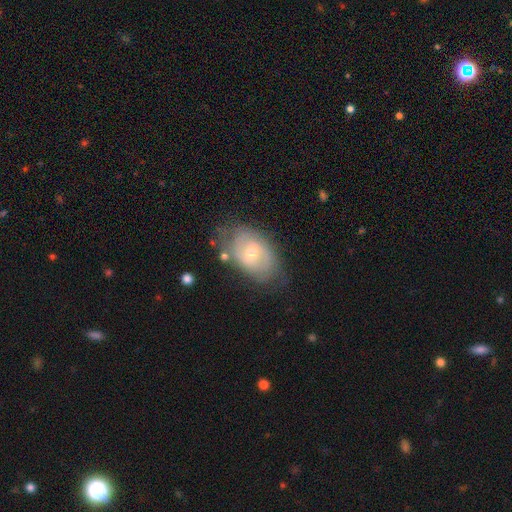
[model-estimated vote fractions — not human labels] A featured or disk galaxy (65%) with no bar (63%), 2 (51%) tight (51%) spiral arms (80%) and a small central bulge (52%).

Vote fractions:
- Smooth or featured? featured or disk: 65% / smooth: 28% / star or artifact: 7%
- Edge-on disk? no: 95% / yes: 5%
- Bar? no: 63% / weak: 32% / strong: 5%
- Spiral arms? yes: 80% / no: 20%
- Spiral winding? tight: 51% / medium: 36% / loose: 13%
- Spiral arm count? 2: 51% / can't tell: 33% / 3: 7% / 1: 3% / 4: 3% / more than 4: 2%
- Bulge size? small: 52% / moderate: 44% / large: 2% / none: 1% / dominant: 1%
- Merging? none: 68% / minor disturbance: 21% / major disturbance: 8% / merger: 3%